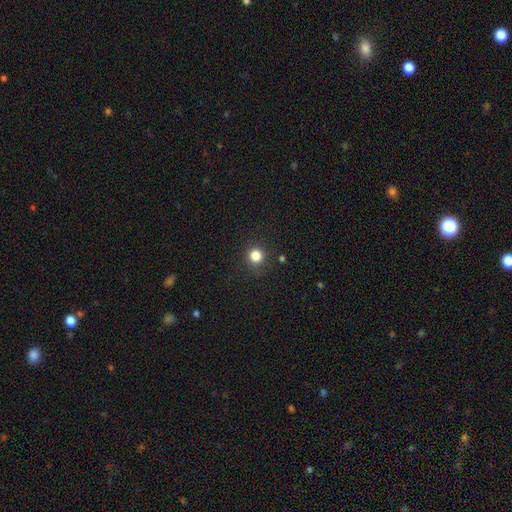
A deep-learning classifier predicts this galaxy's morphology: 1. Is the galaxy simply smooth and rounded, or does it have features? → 82% smooth, 13% star or artifact, 5% featured or disk.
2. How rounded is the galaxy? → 92% round, 7% in between, 1% cigar-shaped.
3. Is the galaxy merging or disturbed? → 88% none, 8% minor disturbance, 3% major disturbance, 2% merger.